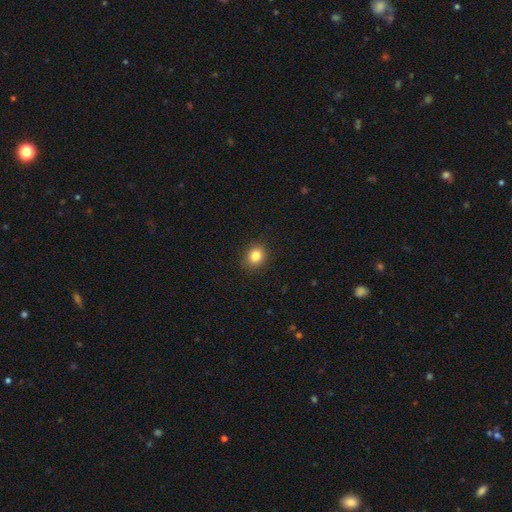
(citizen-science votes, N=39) A smooth galaxy with no disk features (77%) that is round (70%). Merging: none (86%).